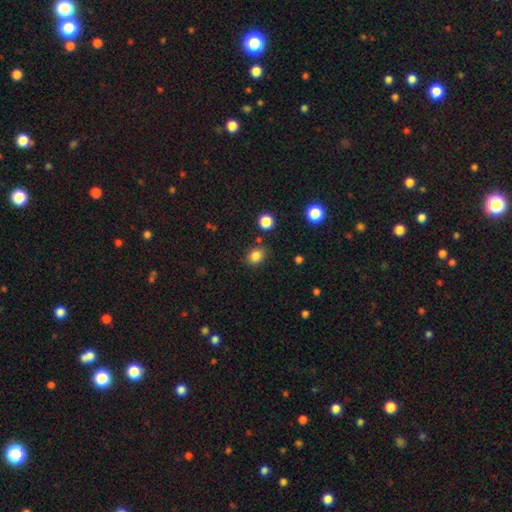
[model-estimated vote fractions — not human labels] A smooth galaxy with no disk features (84%) that is round (61%).

Vote fractions:
- Smooth or featured? smooth: 84% / star or artifact: 12% / featured or disk: 5%
- How rounded? round: 61% / in between: 38% / cigar-shaped: 1%
- Merging? none: 80% / minor disturbance: 12% / merger: 5% / major disturbance: 3%